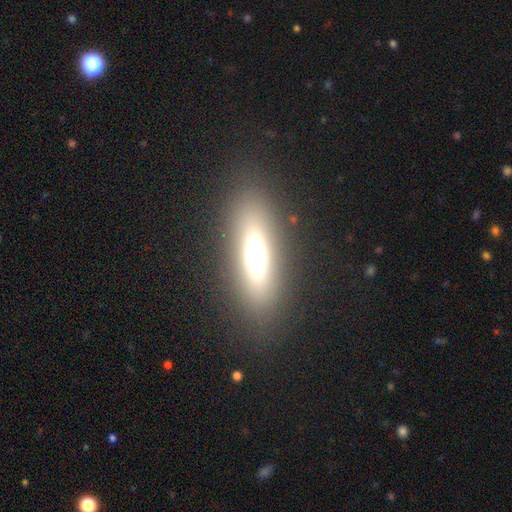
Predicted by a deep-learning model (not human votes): Overall: smooth (48%; featured or disk 37%). Merging: none (84%).